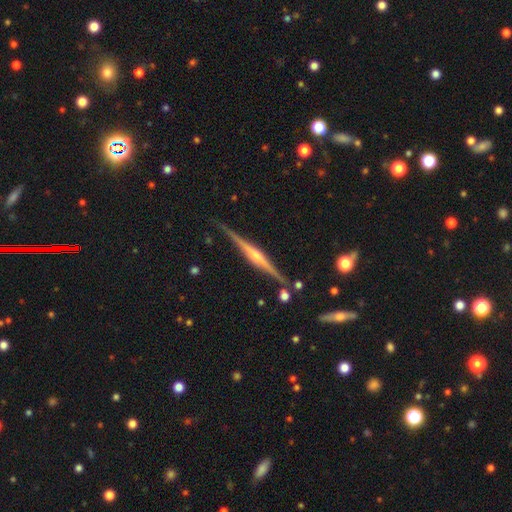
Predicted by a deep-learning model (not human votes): smooth-or-featured: featured or disk: 84% | smooth: 10% | star or artifact: 6%
  disk-edge-on: yes: 98% | no: 2%
    edge-on-bulge: rounded: 75% | boxy: 14% | none: 11%
  merging: none: 85% | minor disturbance: 10% | merger: 3% | major disturbance: 2%